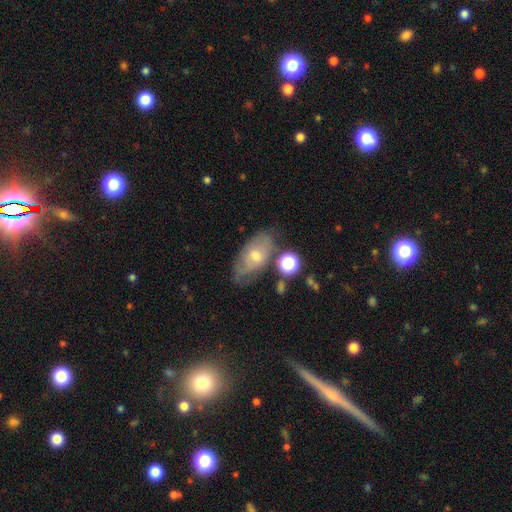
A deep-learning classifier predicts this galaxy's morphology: This appears to be a smooth galaxy with no disk features (50%) that is in between round and cigar-shaped (86%). Merging: none (60%).